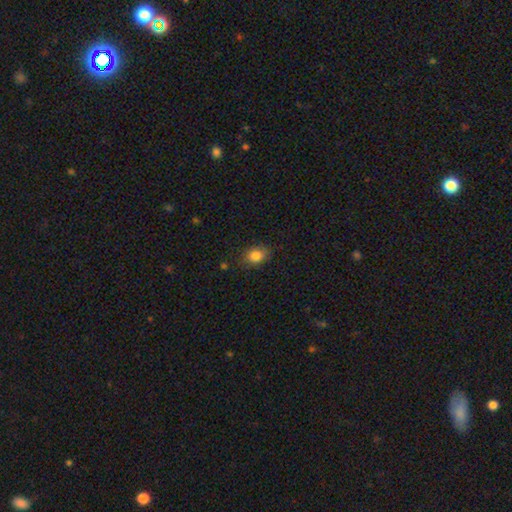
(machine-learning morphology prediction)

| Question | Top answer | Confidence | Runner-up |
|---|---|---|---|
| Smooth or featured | smooth | 84% | star or artifact (10%) |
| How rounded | in between | 72% | round (27%) |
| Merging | none | 79% | minor disturbance (16%) |